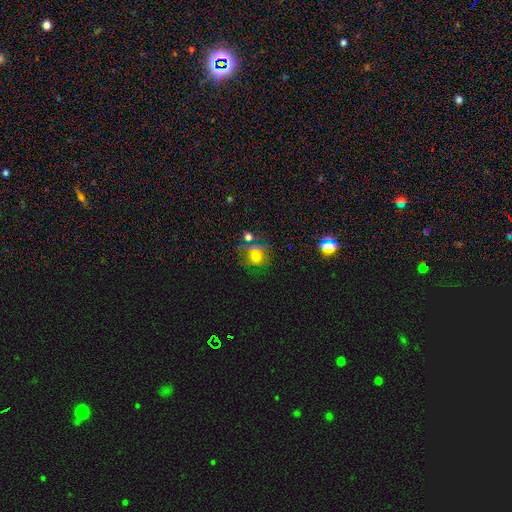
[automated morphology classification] Overall: smooth (47%; star or artifact 30%). Merging: none (51%; minor disturbance 19%).